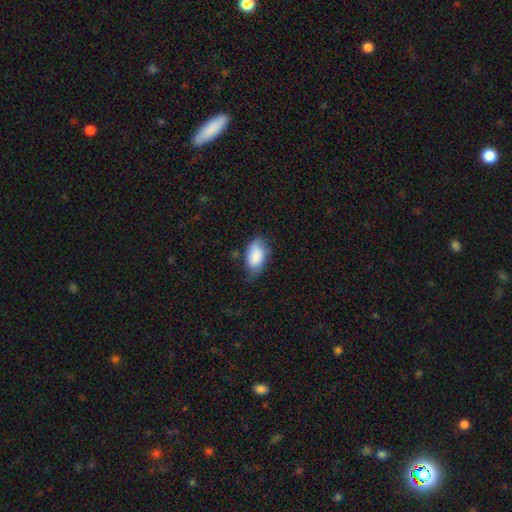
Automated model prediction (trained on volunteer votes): This is clearly a smooth galaxy (86%). How rounded: clearly in between (93%). Merging: possibly none (58%).